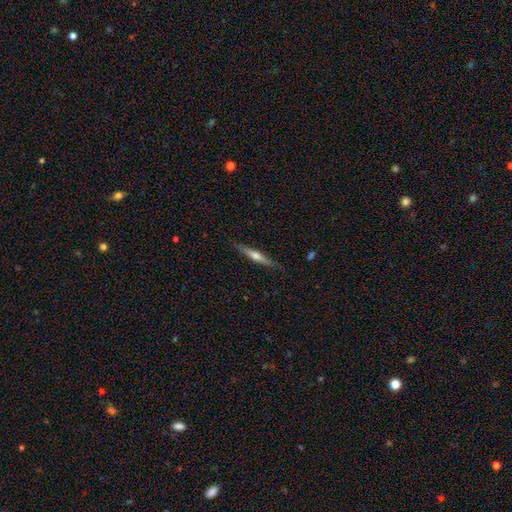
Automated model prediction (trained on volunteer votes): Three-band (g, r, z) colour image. It shows a featured or disk galaxy (56%) viewed edge-on (96%) with a rounded central bulge (76%). Merging: none (84%).